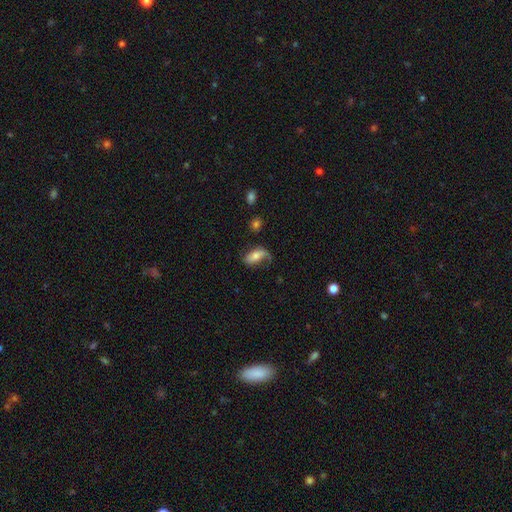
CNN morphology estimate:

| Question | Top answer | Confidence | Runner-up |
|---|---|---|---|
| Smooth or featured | smooth | 51% | featured or disk (42%) |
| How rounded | in between | 84% | cigar-shaped (11%) |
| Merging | none | 45% | minor disturbance (28%) |